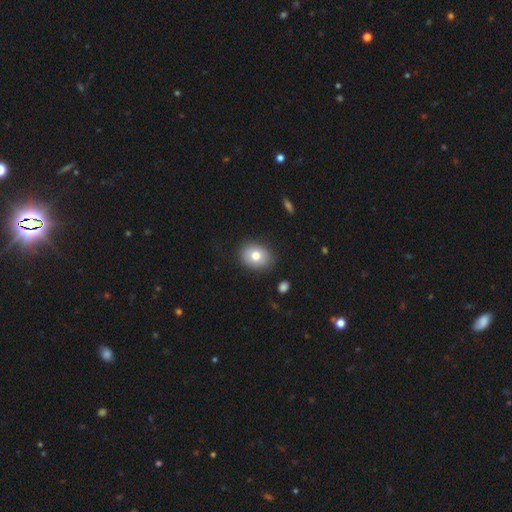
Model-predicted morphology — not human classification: Smooth or featured?
  - smooth: 76% *
  - featured or disk: 15%
  - star or artifact: 9%
How rounded?
  - round: 50% *
  - in between: 49%
  - cigar-shaped: 1%
Merging?
  - none: 87% *
  - minor disturbance: 10%
  - major disturbance: 3%
  - merger: 1%